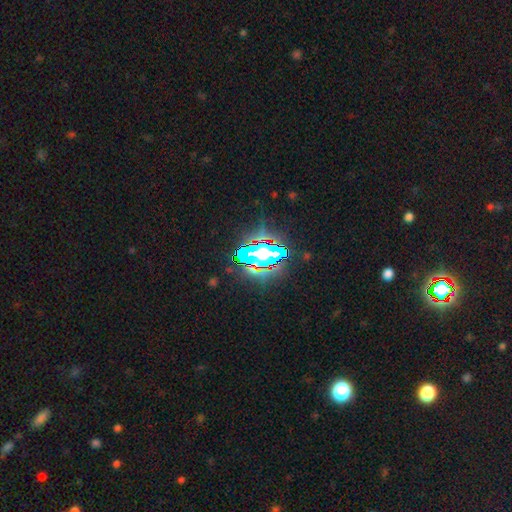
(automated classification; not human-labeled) Smooth or featured?
  - star or artifact: 68% *
  - smooth: 17%
  - featured or disk: 16%